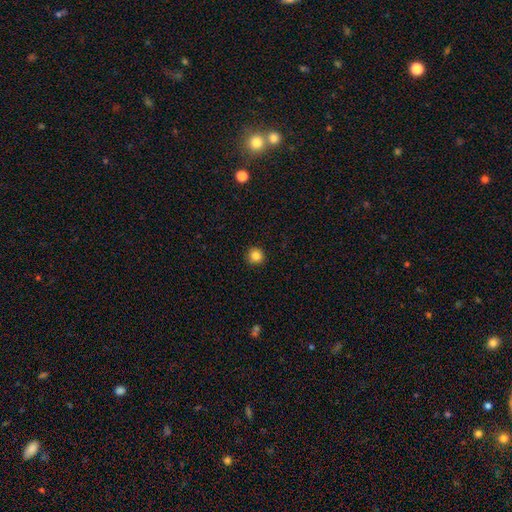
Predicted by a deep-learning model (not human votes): Morphology: type=smooth (85%); roundness=round (95%); merging=none (92%).